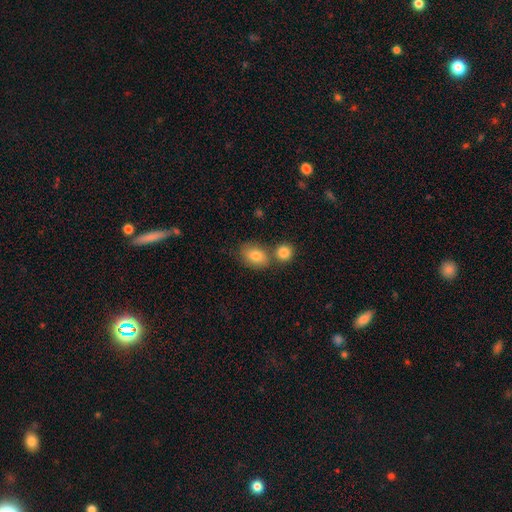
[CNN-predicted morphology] A smooth galaxy with no disk features (81%) that is in between round and cigar-shaped (73%).

Vote fractions:
- Smooth or featured? smooth: 81% / featured or disk: 10% / star or artifact: 8%
- How rounded? in between: 73% / round: 25% / cigar-shaped: 1%
- Merging? none: 56% / merger: 29% / minor disturbance: 12% / major disturbance: 3%